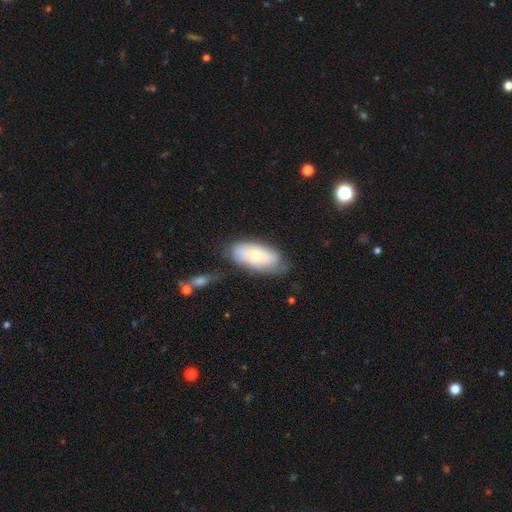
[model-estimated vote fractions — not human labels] Smooth or featured? smooth (56%)
How rounded? in between (89%)
Merging? none (62%)